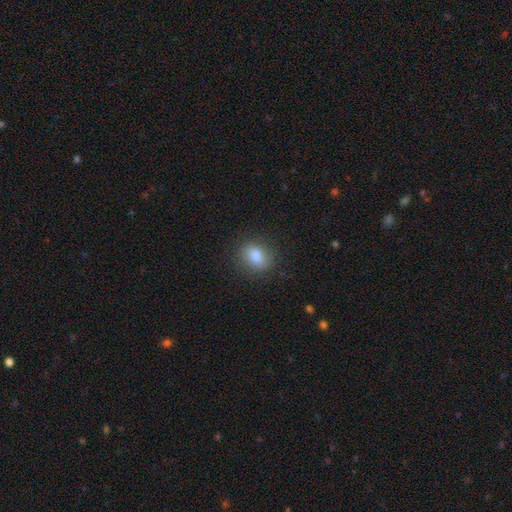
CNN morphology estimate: smooth_or_featured: smooth (p=0.82) [alt: star or artifact p=0.10]
how_rounded: in between (p=0.55) [alt: round p=0.43]
merging: none (p=0.83) [alt: minor disturbance p=0.12]